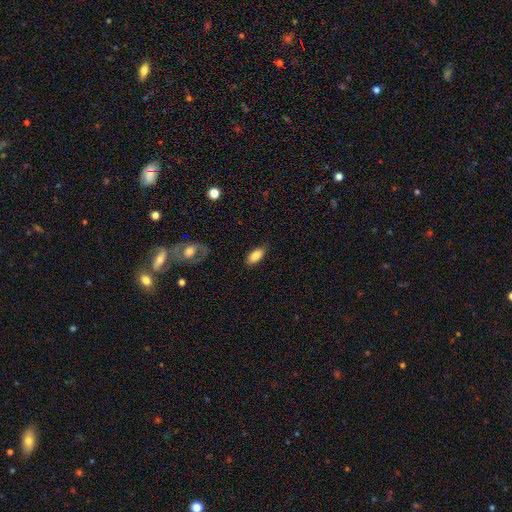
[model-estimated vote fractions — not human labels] Smooth or featured? smooth (85%)
How rounded? in between (91%)
Merging? none (80%)